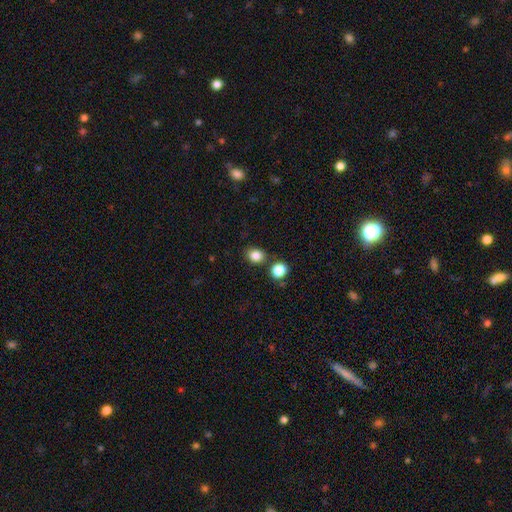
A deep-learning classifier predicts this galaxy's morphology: type=smooth (84%); roundness=round (58%); merging=none (78%).